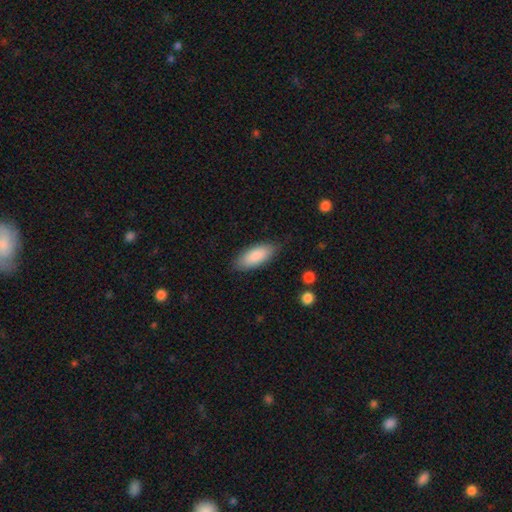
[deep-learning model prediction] Smooth or featured? smooth (87%)
How rounded? in between (81%)
Merging? none (83%)